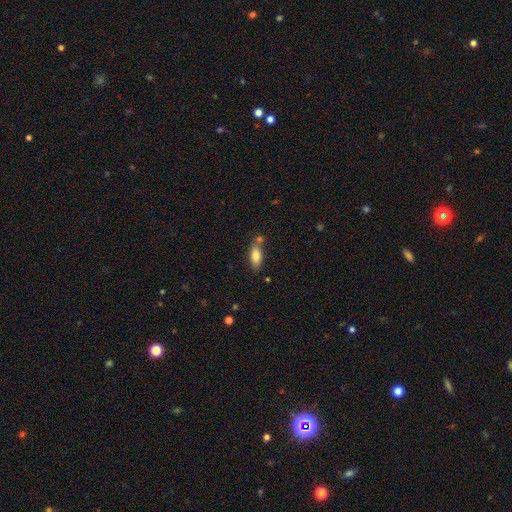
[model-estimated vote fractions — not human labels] Smooth or featured: smooth — 79% (featured or disk — 13%)
How rounded: in between — 83% (cigar-shaped — 15%)
Merging: none — 66% (merger — 15%)